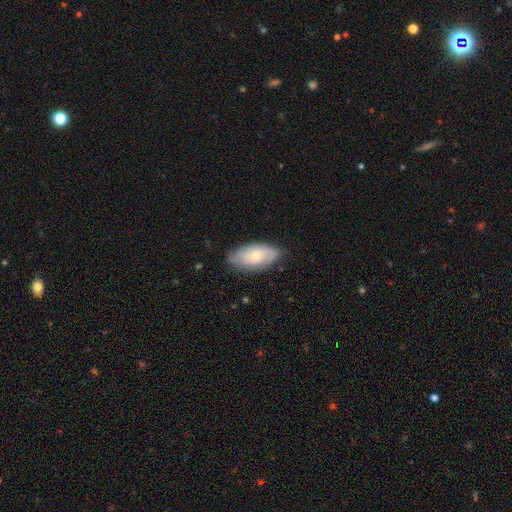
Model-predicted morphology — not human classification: type=smooth (48%); merging=none (75%).